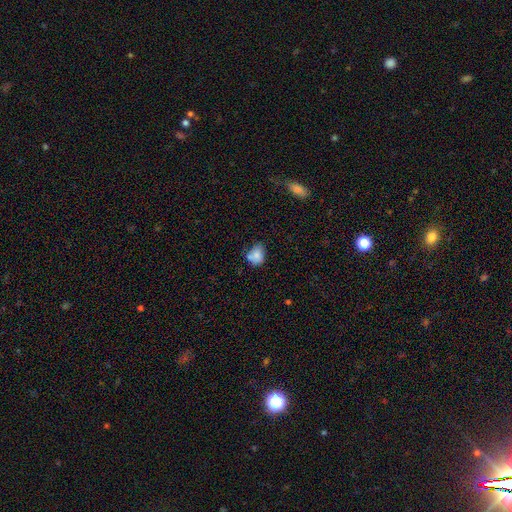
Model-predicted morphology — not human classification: Smooth or featured: smooth — 78% (featured or disk — 12%)
How rounded: in between — 51% (round — 48%)
Merging: none — 49% (minor disturbance — 28%)